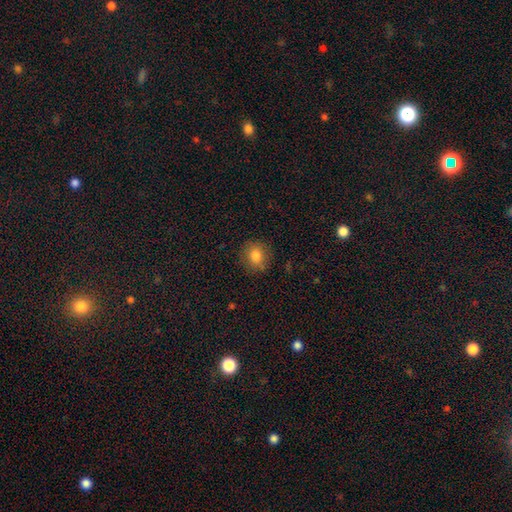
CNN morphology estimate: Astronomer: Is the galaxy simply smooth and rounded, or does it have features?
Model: smooth — 81%.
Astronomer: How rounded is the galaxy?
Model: round — 81%.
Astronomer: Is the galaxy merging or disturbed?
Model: none — 86%.